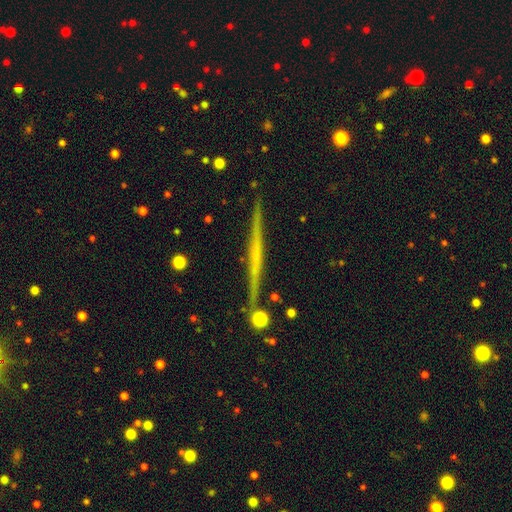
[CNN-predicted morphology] Overall: featured or disk (67%). Edge-on disk: yes (98%). Edge-on bulge: none (83%). Merging: none (90%).